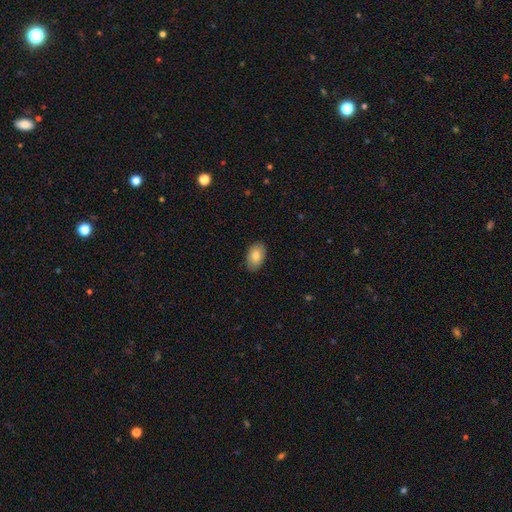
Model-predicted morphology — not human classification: A smooth galaxy with no disk features (81%) that is in between round and cigar-shaped (91%). Merging: none (87%).